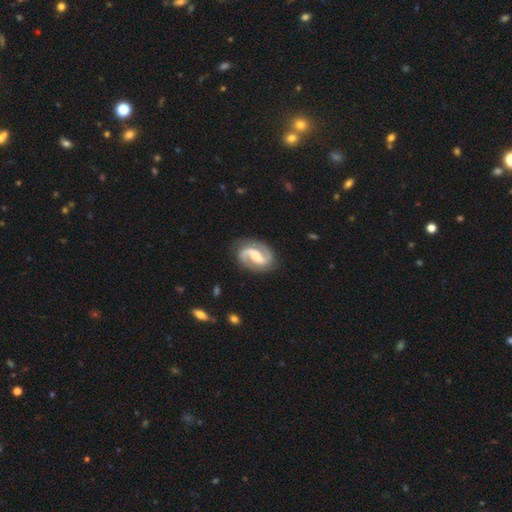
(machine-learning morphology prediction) type=featured or disk (91%); edge-on=no (98%); bar=weak (46%); spiral arms=yes (97%); winding=medium (54%); arm count=2 (93%); bulge=moderate (51%); merging=none (83%).